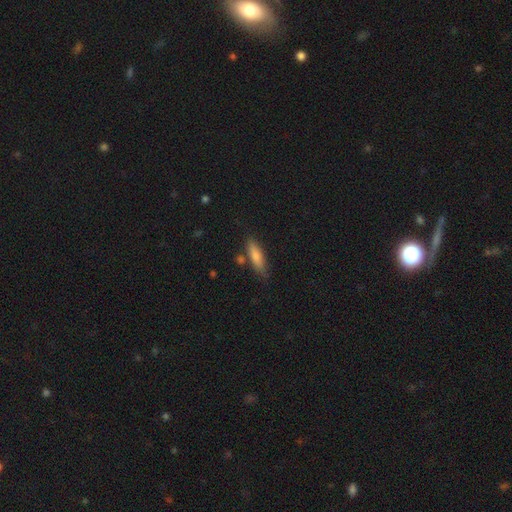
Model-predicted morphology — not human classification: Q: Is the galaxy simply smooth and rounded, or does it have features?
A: smooth — 73%.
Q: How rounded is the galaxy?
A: cigar-shaped — 64%.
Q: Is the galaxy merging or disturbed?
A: none — 74%.